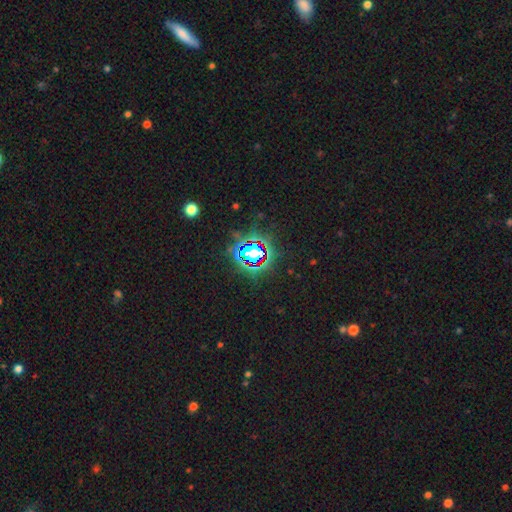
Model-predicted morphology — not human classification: This appears to be a star or artifact, not a galaxy (82%).